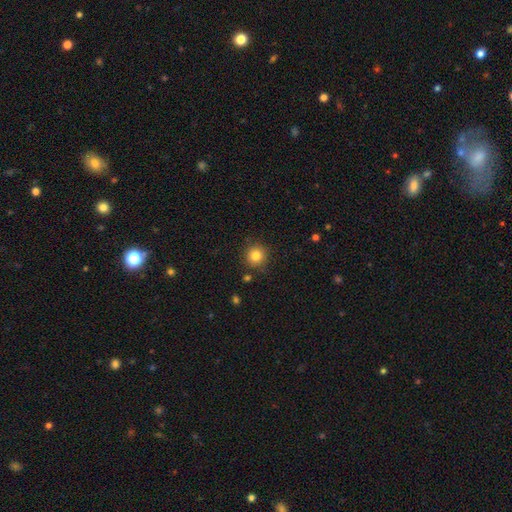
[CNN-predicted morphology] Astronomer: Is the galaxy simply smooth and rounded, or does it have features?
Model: smooth — 82%.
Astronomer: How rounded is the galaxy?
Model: round — 93%.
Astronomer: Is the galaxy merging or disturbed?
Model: none — 86%.